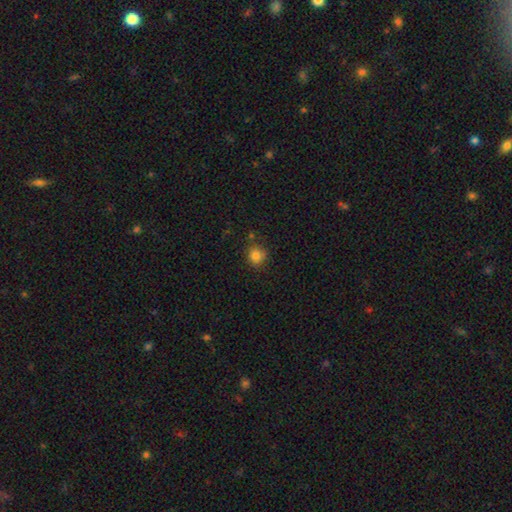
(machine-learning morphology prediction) Smooth or featured? smooth (82%)
How rounded? round (87%)
Merging? none (77%)